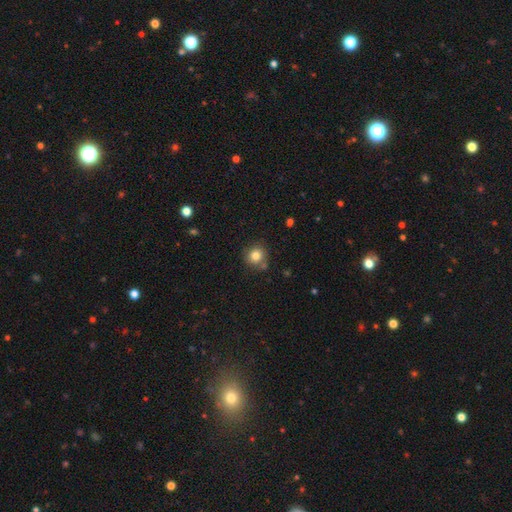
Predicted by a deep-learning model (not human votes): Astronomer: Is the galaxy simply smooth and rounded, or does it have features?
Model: smooth — 82%.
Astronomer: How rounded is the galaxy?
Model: round — 89%.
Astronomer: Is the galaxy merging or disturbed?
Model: none — 77%.